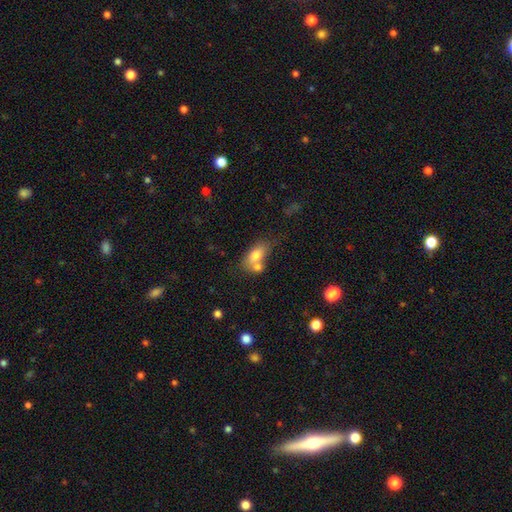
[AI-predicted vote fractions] This is likely a smooth galaxy (73%). How rounded: clearly in between (83%). Merging: possibly merger (45%).